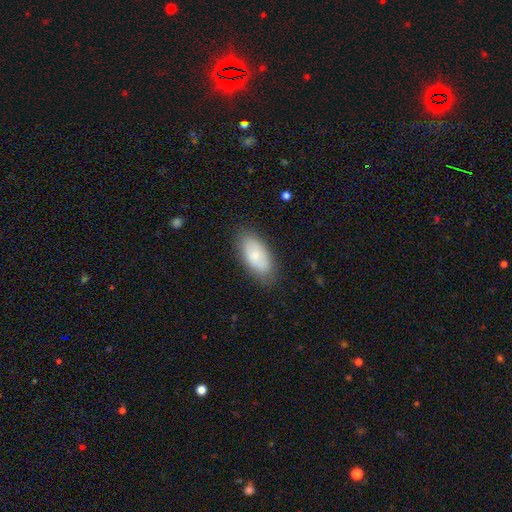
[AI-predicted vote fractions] smooth-or-featured: smooth: 71% | featured or disk: 23% | star or artifact: 7%
  how-rounded: in between: 92% | cigar-shaped: 5% | round: 3%
  merging: none: 81% | minor disturbance: 15% | major disturbance: 3% | merger: 1%